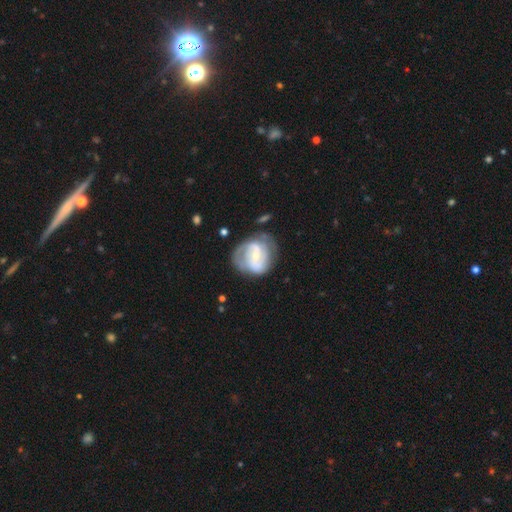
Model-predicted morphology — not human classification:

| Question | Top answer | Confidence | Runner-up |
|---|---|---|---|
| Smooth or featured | featured or disk | 76% | smooth (19%) |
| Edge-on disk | no | 97% | yes (3%) |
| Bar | weak | 44% | no (38%) |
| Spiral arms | yes | 86% | no (14%) |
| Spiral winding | medium | 42% | tight (41%) |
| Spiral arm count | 2 | 59% | can't tell (23%) |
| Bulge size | small | 63% | moderate (31%) |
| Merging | none | 56% | minor disturbance (24%) |